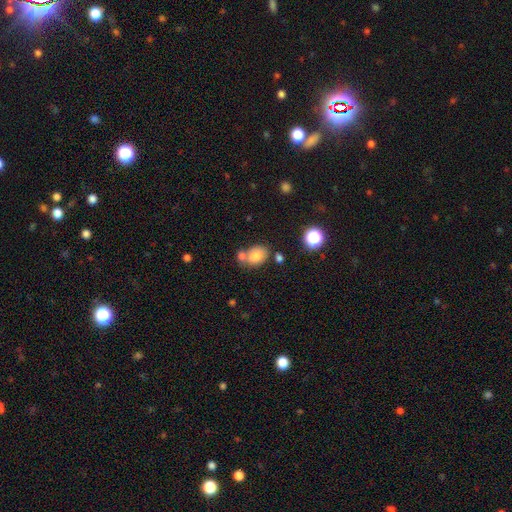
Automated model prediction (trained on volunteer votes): A smooth galaxy with no disk features (80%) that is in between round and cigar-shaped (64%). Merging: none (50%).